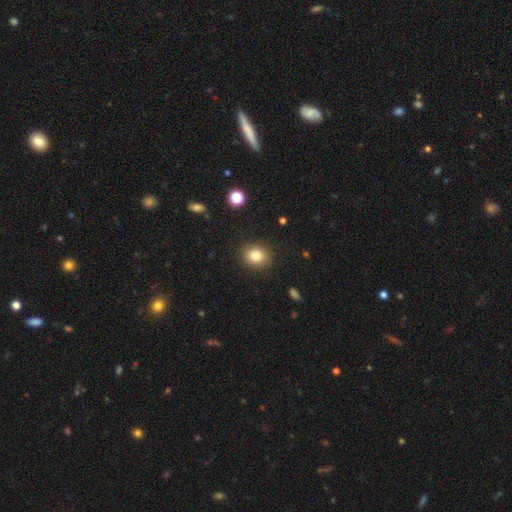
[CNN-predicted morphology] This is clearly a smooth galaxy (84%). How rounded: likely round (61%). Merging: clearly none (88%).